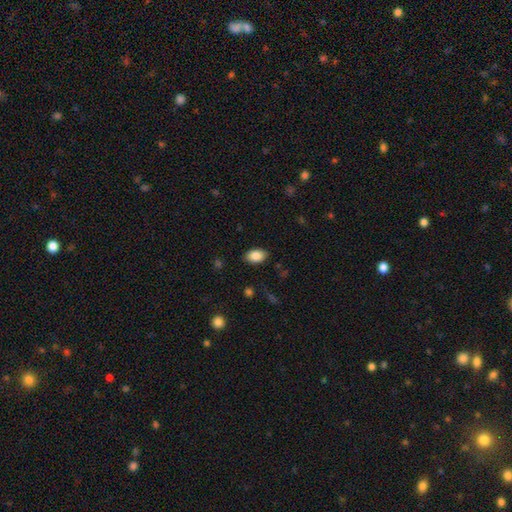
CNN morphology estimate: type=smooth (87%); roundness=in between (89%); merging=none (86%).